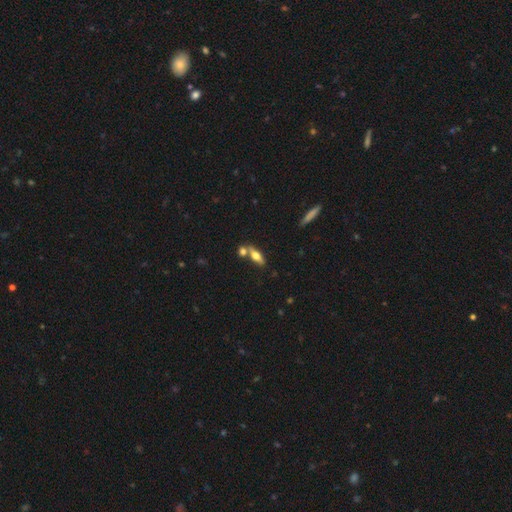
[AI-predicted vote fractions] Smooth or featured? smooth (56%)
How rounded? in between (58%)
Merging? none (58%)